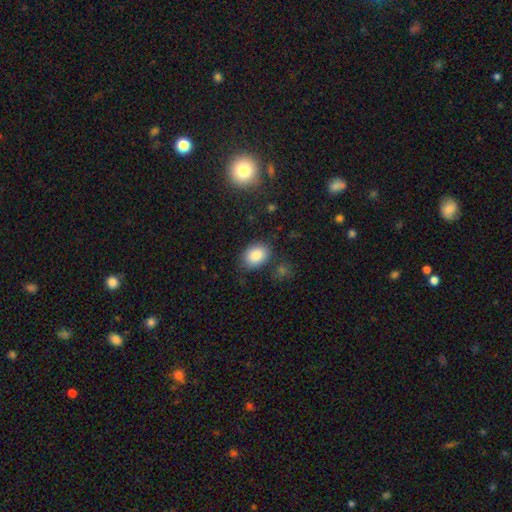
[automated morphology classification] A smooth galaxy with no disk features (85%) that is in between round and cigar-shaped (67%).

Vote fractions:
- Smooth or featured? smooth: 85% / star or artifact: 8% / featured or disk: 6%
- How rounded? in between: 67% / round: 32% / cigar-shaped: 1%
- Merging? none: 77% / minor disturbance: 14% / merger: 4% / major disturbance: 4%